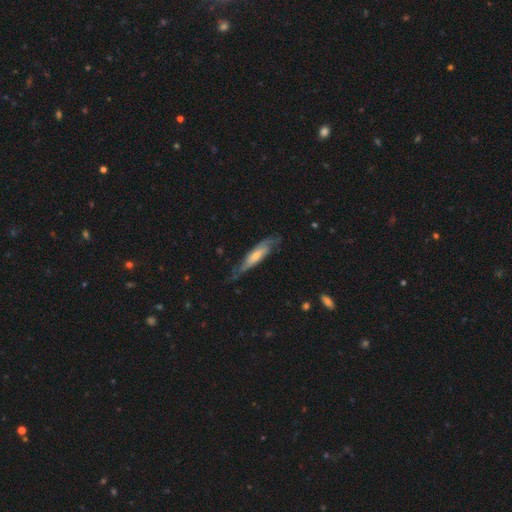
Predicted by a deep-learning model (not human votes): Overall: featured or disk (55%; smooth 40%). Edge-on disk: no (54%; yes 46%). Merging: none (57%; minor disturbance 28%).